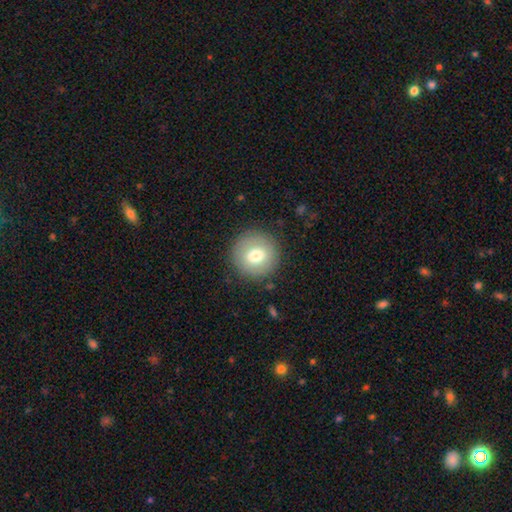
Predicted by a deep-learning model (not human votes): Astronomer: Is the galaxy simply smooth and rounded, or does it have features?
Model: smooth — 75%.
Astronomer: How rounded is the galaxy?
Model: round — 95%.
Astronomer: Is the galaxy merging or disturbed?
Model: none — 88%.